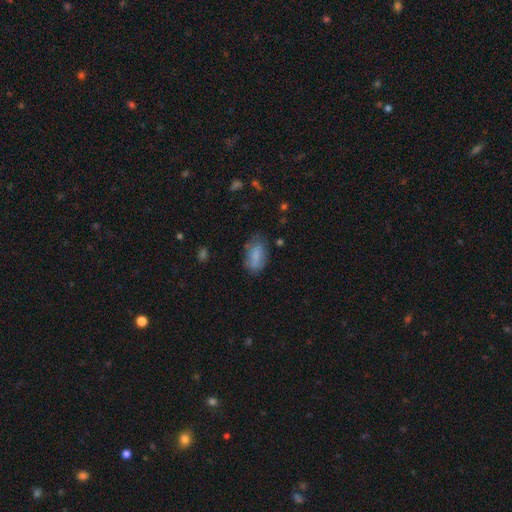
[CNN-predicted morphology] The model was most divided on "merging": none: 67%, minor disturbance: 23%, major disturbance: 7%, merger: 2%. More confident: how rounded — in between (89%); smooth or featured — smooth (77%).